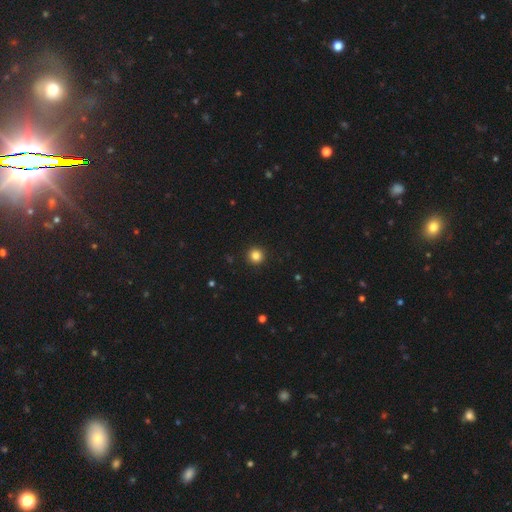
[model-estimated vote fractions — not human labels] Overall: smooth (84%). How rounded: round (95%). Merging: none (93%).